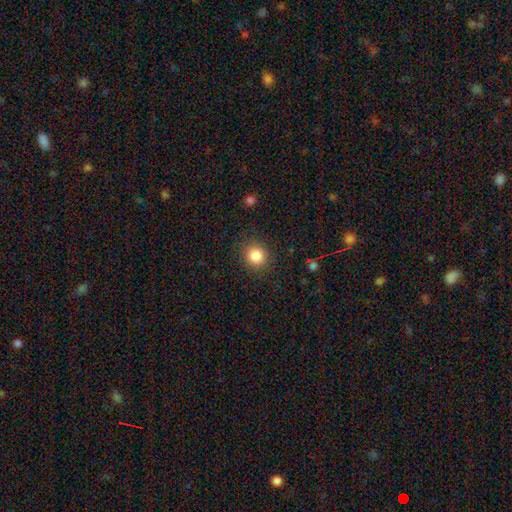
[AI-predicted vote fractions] A smooth galaxy with no disk features (85%) that is round (86%). Merging: none (87%).